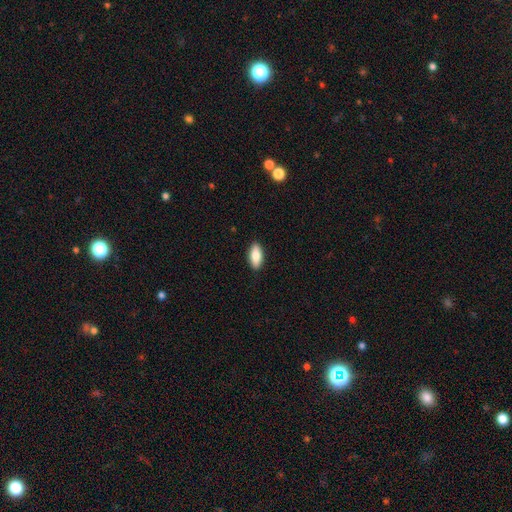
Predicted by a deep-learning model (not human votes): The model was most divided on "smooth or featured": smooth: 82%, featured or disk: 12%, star or artifact: 6%. More confident: merging — none (90%); how rounded — in between (86%).